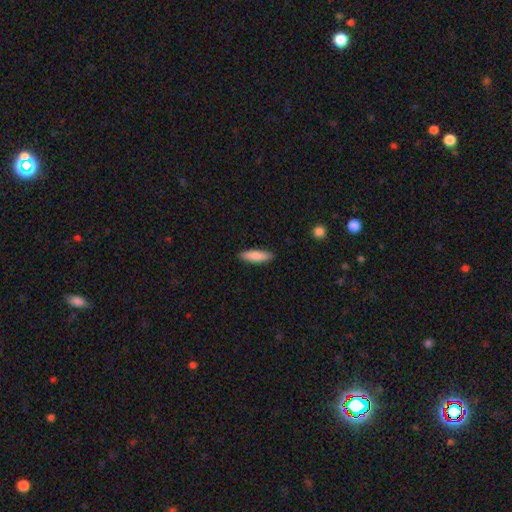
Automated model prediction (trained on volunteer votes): Smooth or featured: smooth — 84% (featured or disk — 11%)
How rounded: cigar-shaped — 56% (in between — 43%)
Merging: none — 89% (minor disturbance — 8%)